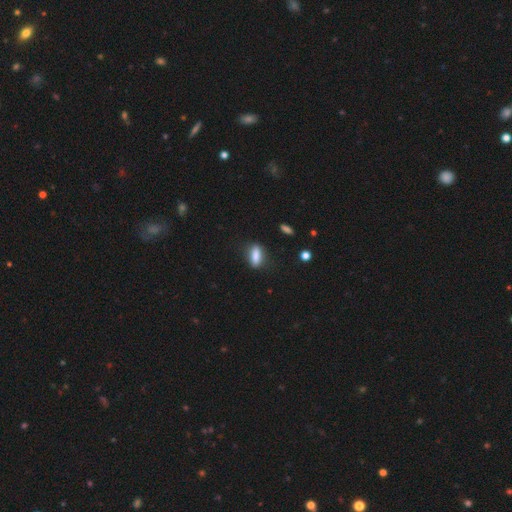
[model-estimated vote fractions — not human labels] Smooth or featured: smooth — 79% (featured or disk — 13%)
How rounded: in between — 57% (cigar-shaped — 39%)
Merging: none — 80% (minor disturbance — 14%)